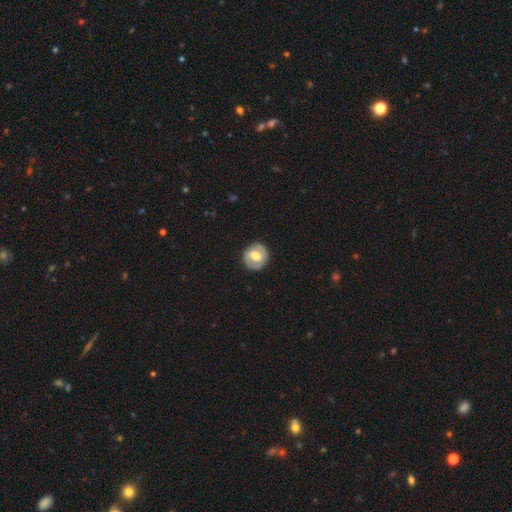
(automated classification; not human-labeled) The model was most divided on "bar": weak: 44%, no: 37%, strong: 20%. More confident: edge-on disk — no (97%); merging — none (86%); spiral arms — yes (67%); bulge size — moderate (66%); smooth or featured — featured or disk (58%).